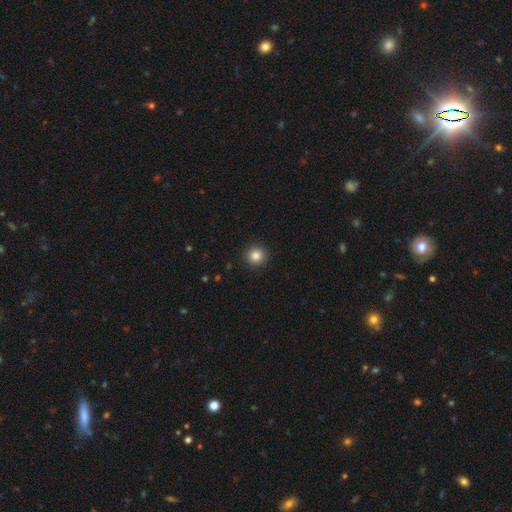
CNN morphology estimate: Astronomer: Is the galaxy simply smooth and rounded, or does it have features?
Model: smooth — 84%.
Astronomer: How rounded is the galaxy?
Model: round — 94%.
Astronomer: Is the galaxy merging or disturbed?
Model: none — 93%.